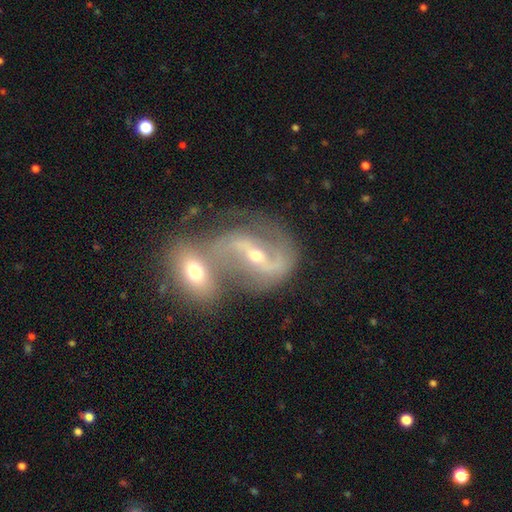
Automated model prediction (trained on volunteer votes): The model was most divided on "bar": strong: 42%, weak: 38%, no: 20%. Remaining: edge-on disk — no (94%); spiral arms — yes (91%); spiral arm count — 2 (85%); smooth or featured — featured or disk (82%); merging — merger (62%); bulge size — small (56%); spiral winding — medium (44%).